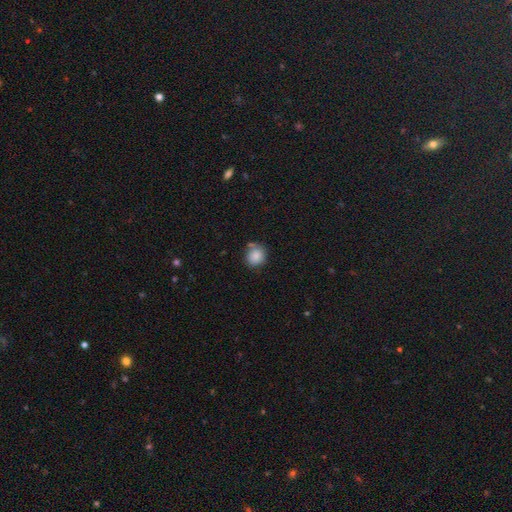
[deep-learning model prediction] This is clearly a smooth galaxy (86%). How rounded: likely round (80%). Merging: likely none (68%).